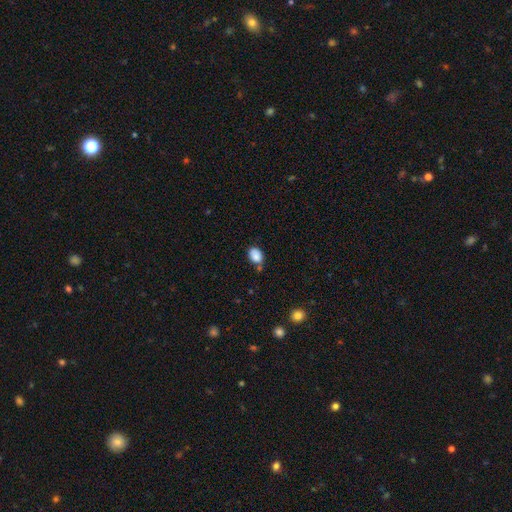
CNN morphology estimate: type=smooth (86%); roundness=in between (79%); merging=none (59%).